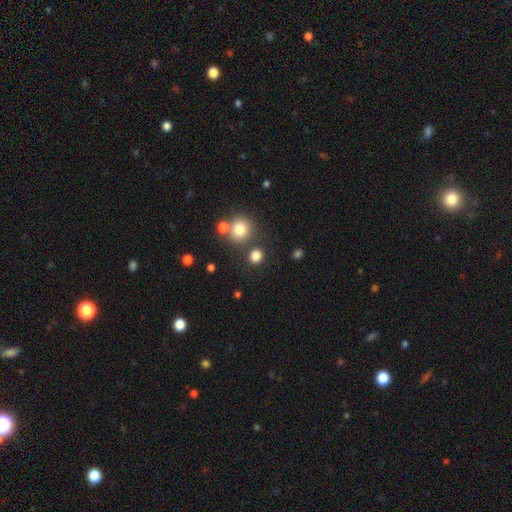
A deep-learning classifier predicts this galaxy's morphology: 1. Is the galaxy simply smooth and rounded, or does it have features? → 80% smooth, 14% star or artifact, 5% featured or disk.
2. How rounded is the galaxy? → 87% round, 12% in between, 1% cigar-shaped.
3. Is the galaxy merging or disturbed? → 77% none, 11% merger, 8% minor disturbance, 4% major disturbance.